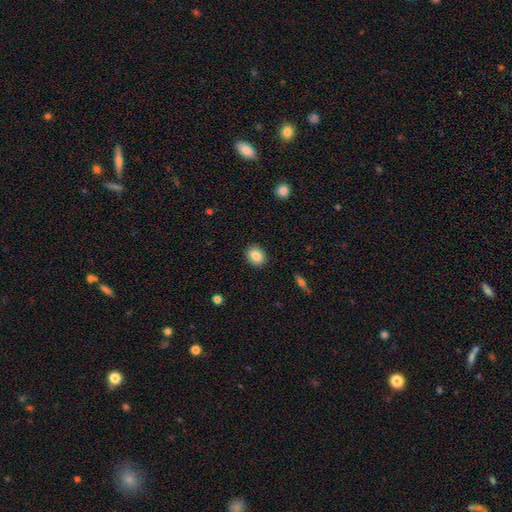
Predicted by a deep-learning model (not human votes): Overall: smooth (86%). How rounded: in between (53%; round 46%). Merging: none (89%).